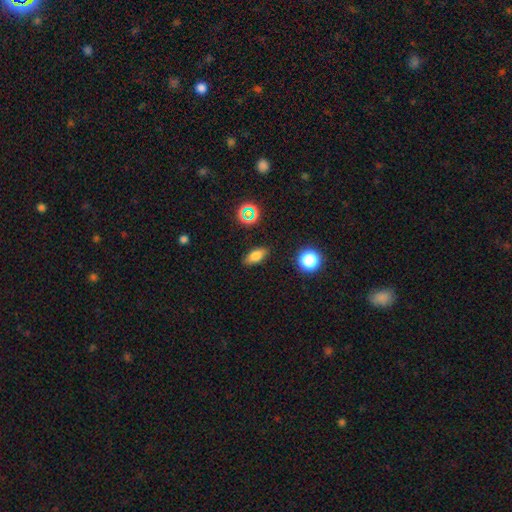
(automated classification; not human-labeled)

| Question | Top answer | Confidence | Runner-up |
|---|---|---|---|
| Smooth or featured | smooth | 75% | star or artifact (14%) |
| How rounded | in between | 79% | cigar-shaped (12%) |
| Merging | none | 86% | minor disturbance (10%) |